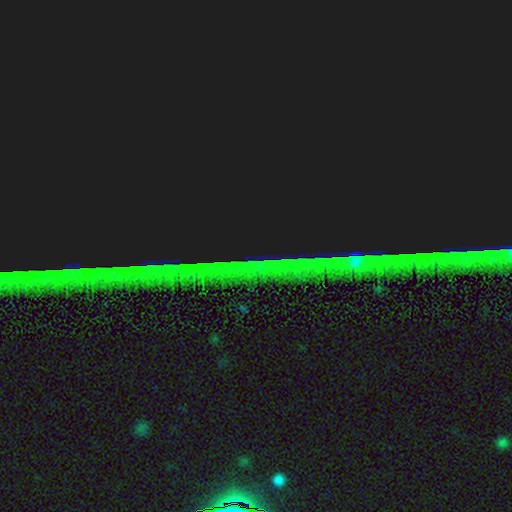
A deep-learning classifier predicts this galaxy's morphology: Smooth or featured? Predicted: star or artifact (p=0.85).